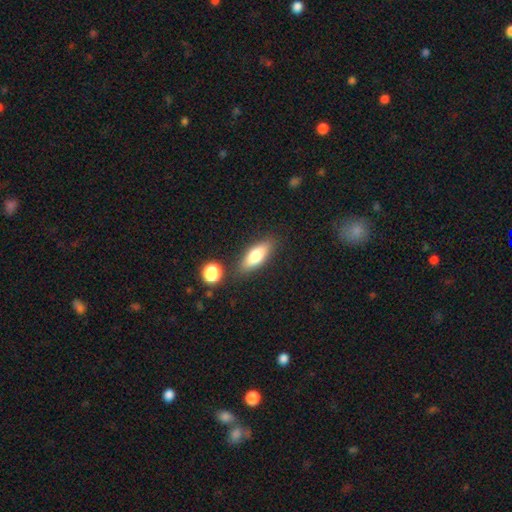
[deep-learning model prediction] A smooth galaxy with no disk features (75%) that is in between round and cigar-shaped (70%).

Vote fractions:
- Smooth or featured? smooth: 75% / featured or disk: 18% / star or artifact: 7%
- How rounded? in between: 70% / cigar-shaped: 27% / round: 3%
- Merging? none: 81% / minor disturbance: 11% / merger: 5% / major disturbance: 3%